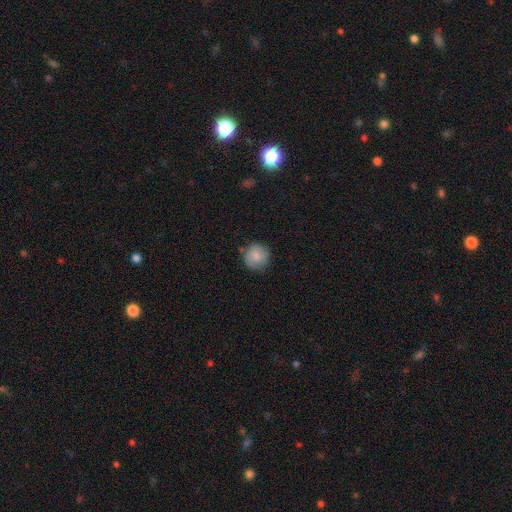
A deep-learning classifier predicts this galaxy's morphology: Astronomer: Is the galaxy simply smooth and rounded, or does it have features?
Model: smooth — 83%.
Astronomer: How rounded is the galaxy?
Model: round — 93%.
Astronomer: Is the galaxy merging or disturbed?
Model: none — 79%.